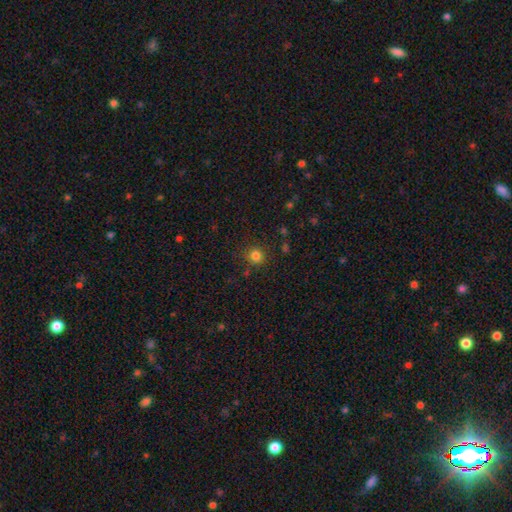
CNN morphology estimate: type=smooth (81%); roundness=round (91%); merging=none (85%).